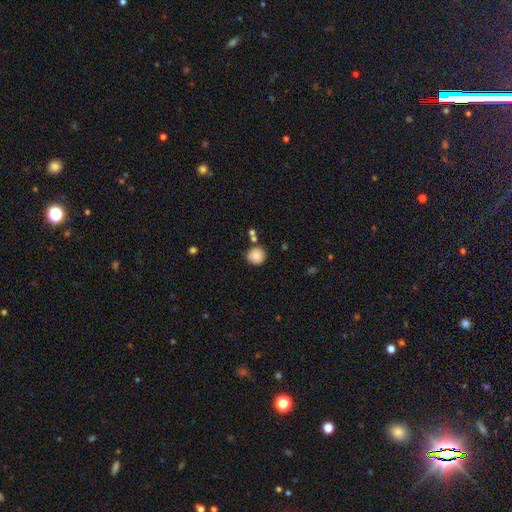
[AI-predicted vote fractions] Q: Smooth or featured?
A: smooth (83%); runner-up: star or artifact (9%)
Q: How rounded?
A: round (94%); runner-up: in between (5%)
Q: Merging?
A: none (81%); runner-up: minor disturbance (9%)